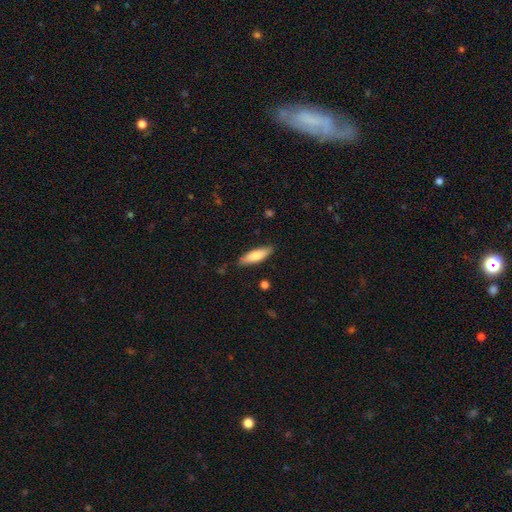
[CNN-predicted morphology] smooth_or_featured: smooth (p=0.79) [alt: featured or disk p=0.15]
how_rounded: cigar-shaped (p=0.52) [alt: in between p=0.47]
merging: none (p=0.84) [alt: minor disturbance p=0.12]